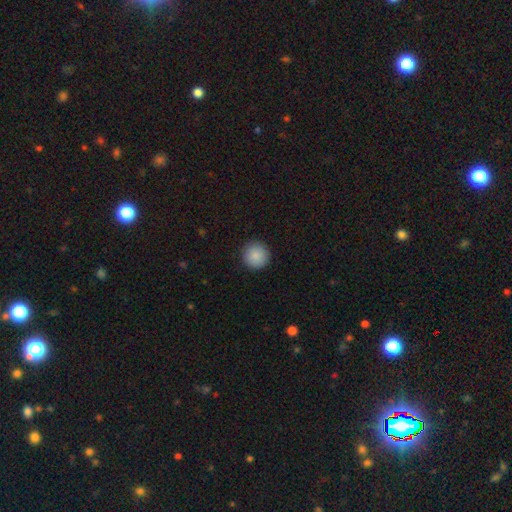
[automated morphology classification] type=smooth (89%); roundness=round (95%); merging=none (92%).